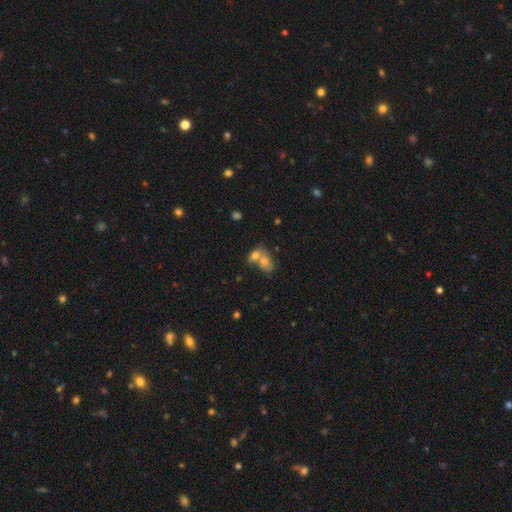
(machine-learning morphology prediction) The model was most divided on "merging": merger: 66%, none: 23%, minor disturbance: 7%, major disturbance: 4%. More confident: how rounded — in between (74%); smooth or featured — smooth (71%).